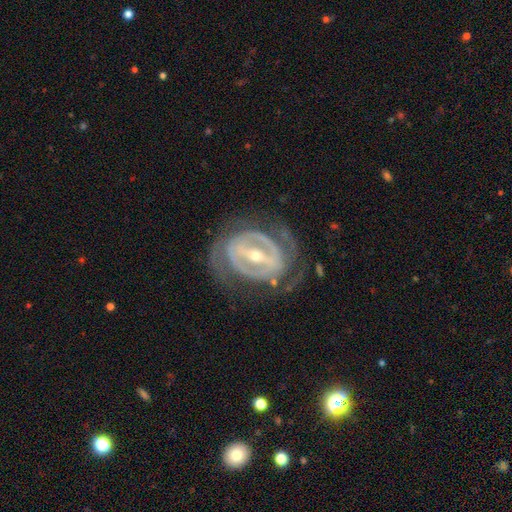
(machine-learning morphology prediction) smooth_or_featured: featured or disk (p=0.88) [alt: smooth p=0.07]
disk_edge_on: no (p=0.93) [alt: yes p=0.07]
bar: strong (p=0.75) [alt: weak p=0.18]
has_spiral_arms: yes (p=0.76) [alt: no p=0.24]
spiral_winding: tight (p=0.59) [alt: medium p=0.30]
spiral_arm_count: 2 (p=0.54) [alt: can't tell p=0.26]
bulge_size: small (p=0.57) [alt: moderate p=0.39]
merging: none (p=0.66) [alt: minor disturbance p=0.17]